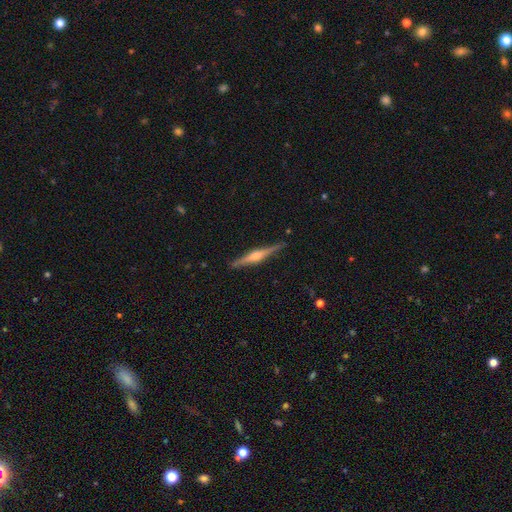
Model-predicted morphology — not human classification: type=featured or disk (76%); edge-on=yes (98%); edge-on bulge=rounded (85%); merging=none (90%).